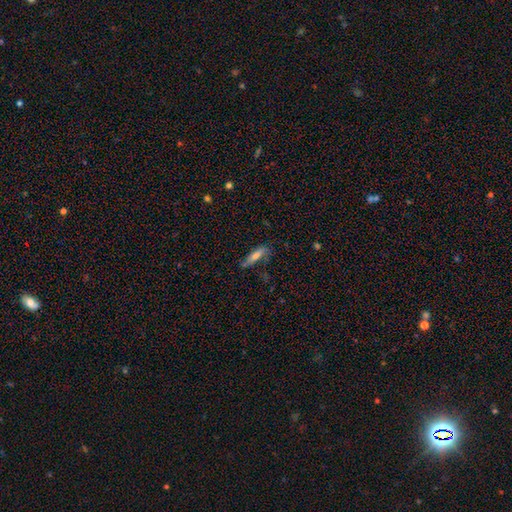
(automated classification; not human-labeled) smooth 65%, featured or disk 28%, star or artifact 7%. Down the decision tree: how rounded — cigar-shaped (70%); merging — none (69%).